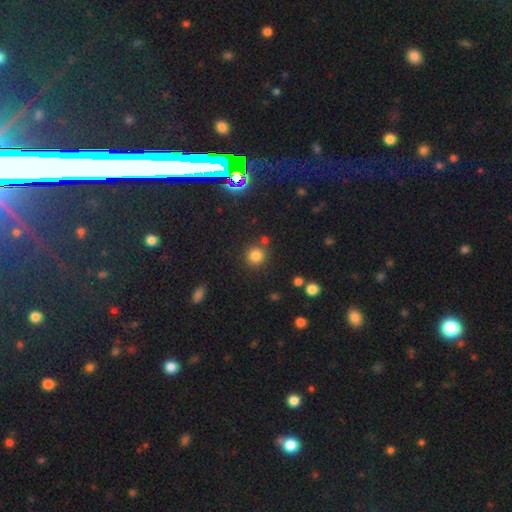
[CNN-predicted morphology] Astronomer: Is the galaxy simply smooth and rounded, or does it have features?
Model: smooth — 79%.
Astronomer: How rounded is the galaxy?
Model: round — 91%.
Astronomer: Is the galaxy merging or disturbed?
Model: none — 80%.